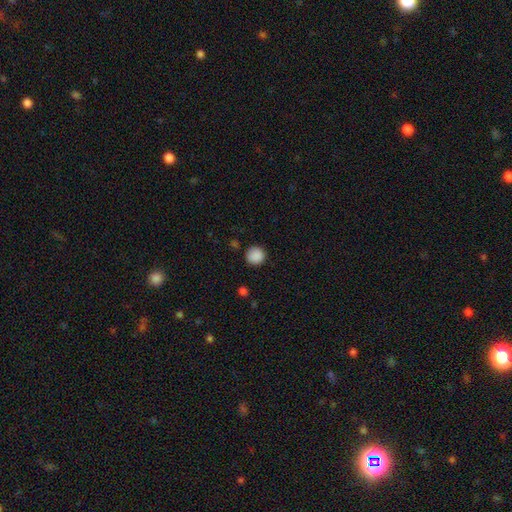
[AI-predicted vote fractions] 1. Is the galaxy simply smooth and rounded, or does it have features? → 88% smooth, 9% star or artifact, 3% featured or disk.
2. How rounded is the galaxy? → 94% round, 5% in between, 1% cigar-shaped.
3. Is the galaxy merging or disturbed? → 87% none, 9% minor disturbance, 2% major disturbance, 2% merger.